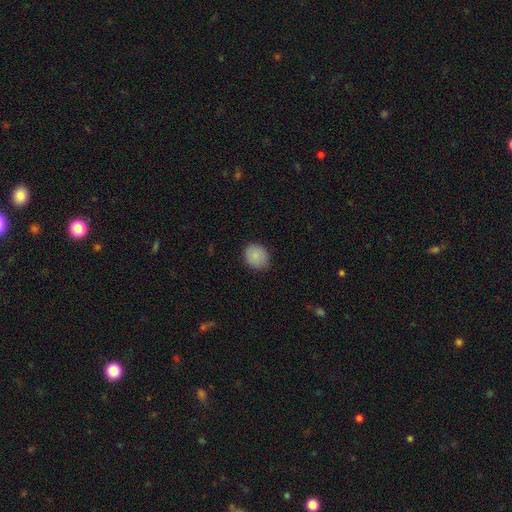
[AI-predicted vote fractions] Q: Smooth or featured?
A: smooth (87%); runner-up: star or artifact (8%)
Q: How rounded?
A: round (68%); runner-up: in between (31%)
Q: Merging?
A: none (84%); runner-up: minor disturbance (12%)